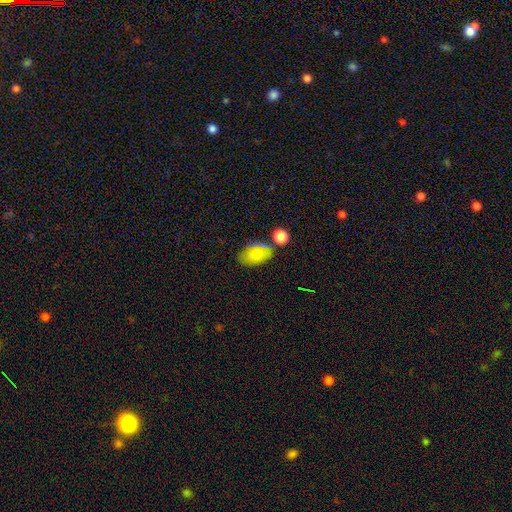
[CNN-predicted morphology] This appears to be a smooth galaxy with no disk features (75%) that is in between round and cigar-shaped (86%). Merging: none (62%).